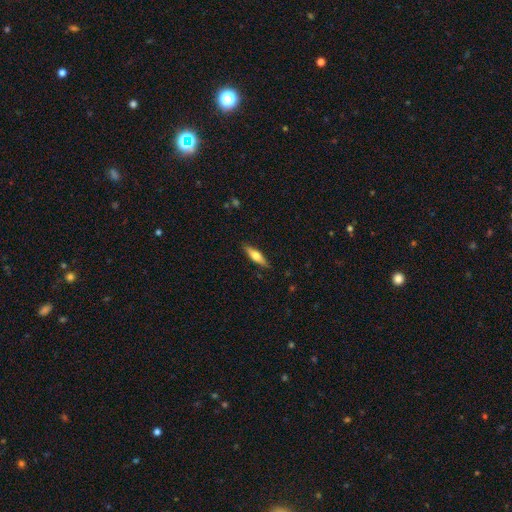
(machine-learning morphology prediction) type=smooth (54%); roundness=cigar-shaped (65%); merging=none (87%).